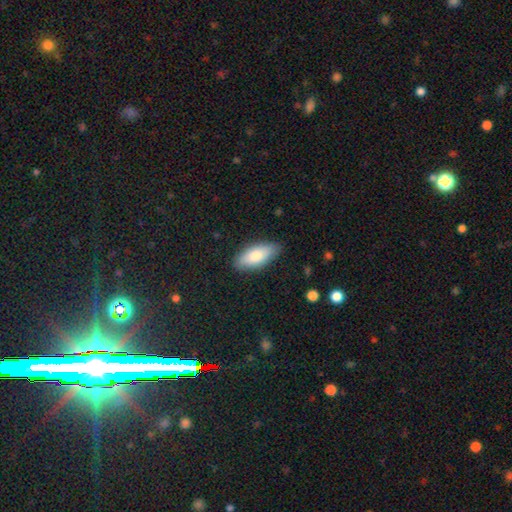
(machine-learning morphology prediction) smooth 78%, featured or disk 16%, star or artifact 6%. Down the decision tree: how rounded — in between (87%); merging — none (85%).